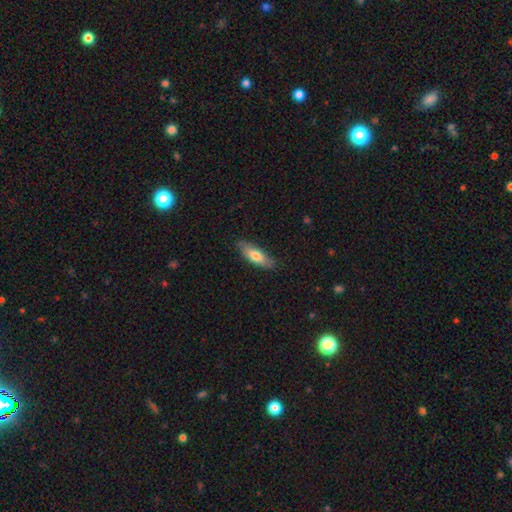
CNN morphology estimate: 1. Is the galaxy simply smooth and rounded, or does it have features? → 72% smooth, 22% featured or disk, 6% star or artifact.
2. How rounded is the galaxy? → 59% in between, 39% cigar-shaped, 2% round.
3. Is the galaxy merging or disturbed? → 82% none, 14% minor disturbance, 2% major disturbance, 1% merger.